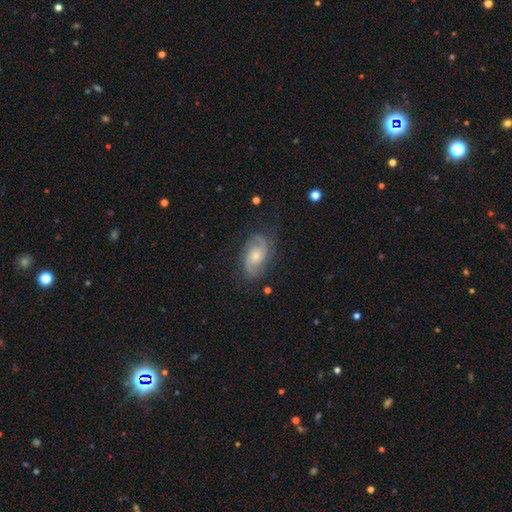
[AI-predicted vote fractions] smooth-or-featured: featured or disk: 79% | smooth: 15% | star or artifact: 7%
  disk-edge-on: no: 96% | yes: 4%
    bar: no: 65% | weak: 31% | strong: 5%
    has-spiral-arms: yes: 96% | no: 4%
      spiral-winding: medium: 48% | tight: 33% | loose: 18%
      spiral-arm-count: 2: 86% | can't tell: 7% | 3: 3% | 1: 2% | 4: 1% | more than 4: 1%
    bulge-size: moderate: 49% | small: 40% | large: 5% | none: 4% | dominant: 1%
  merging: none: 76% | minor disturbance: 17% | major disturbance: 6% | merger: 1%